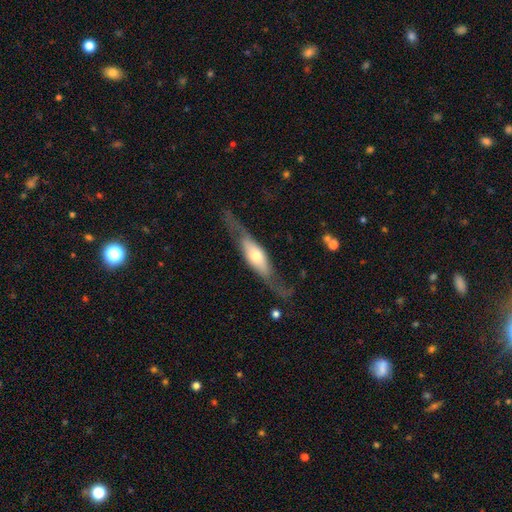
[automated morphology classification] A featured or disk galaxy (66%) viewed edge-on (66%).

Vote fractions:
- Smooth or featured? featured or disk: 66% / smooth: 29% / star or artifact: 5%
- Edge-on disk? yes: 66% / no: 34%
- Merging? none: 65% / minor disturbance: 19% / major disturbance: 14% / merger: 2%